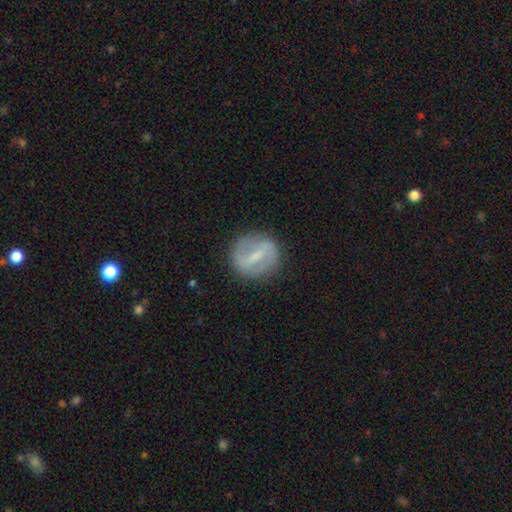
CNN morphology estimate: Smooth or featured? Predicted: featured or disk (p=0.66). Edge-on disk? Predicted: no (p=0.95). Bar? Predicted: strong (p=0.60). Spiral arms? Predicted: yes (p=0.58). Bulge size? Predicted: small (p=0.44). Merging? Predicted: none (p=0.83).